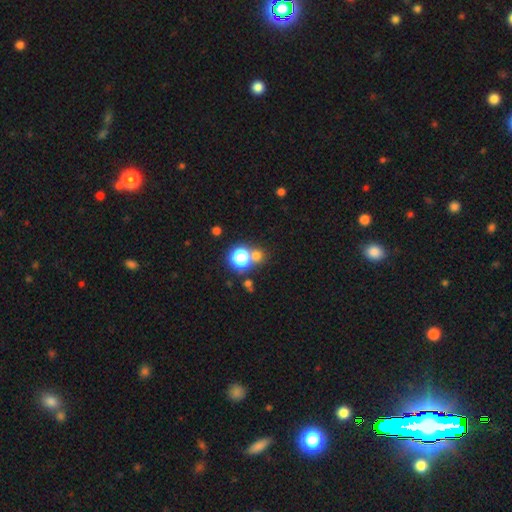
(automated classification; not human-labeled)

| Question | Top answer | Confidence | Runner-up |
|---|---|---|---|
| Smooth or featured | smooth | 62% | star or artifact (29%) |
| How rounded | round | 87% | in between (12%) |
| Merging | none | 60% | merger (29%) |